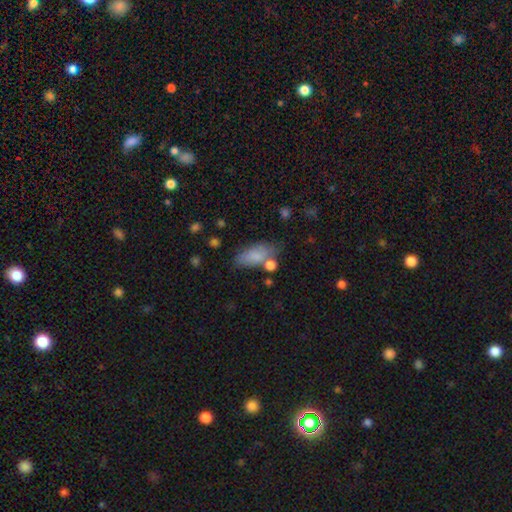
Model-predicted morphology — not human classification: Smooth or featured?
  - smooth: 82% *
  - featured or disk: 10%
  - star or artifact: 8%
How rounded?
  - in between: 88% *
  - cigar-shaped: 8%
  - round: 4%
Merging?
  - none: 59% *
  - minor disturbance: 20%
  - merger: 14%
  - major disturbance: 7%